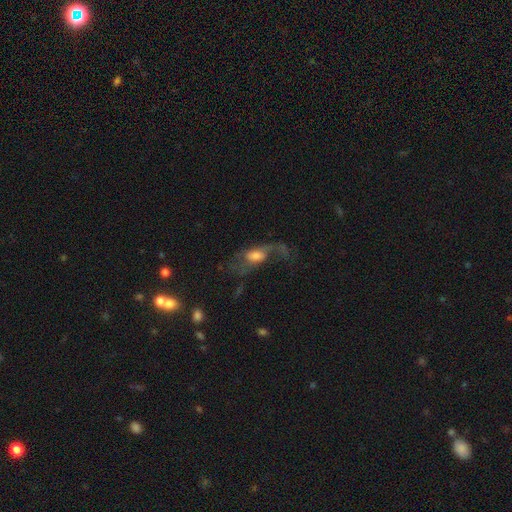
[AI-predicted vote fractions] Morphology: type=featured or disk (60%); edge-on=no (88%); bar=no (54%); spiral arms=yes (75%); bulge=moderate (42%); merging=major disturbance (48%).